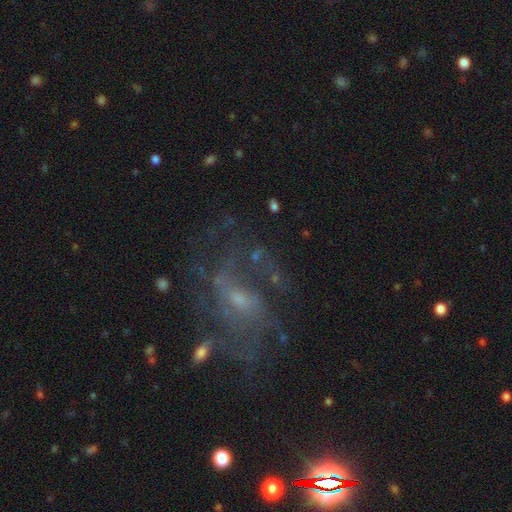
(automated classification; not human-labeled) smooth-or-featured: featured or disk: 74% | star or artifact: 14% | smooth: 13%
  disk-edge-on: no: 97% | yes: 3%
    bar: no: 49% | weak: 43% | strong: 8%
    has-spiral-arms: yes: 77% | no: 23%
      spiral-winding: medium: 43% | loose: 35% | tight: 22%
      spiral-arm-count: can't tell: 41% | 2: 25% | 3: 14% | 4: 8% | 1: 7% | more than 4: 5%
    bulge-size: small: 58% | moderate: 29% | none: 10% | large: 2% | dominant: 1%
  merging: none: 53% | major disturbance: 24% | minor disturbance: 17% | merger: 5%